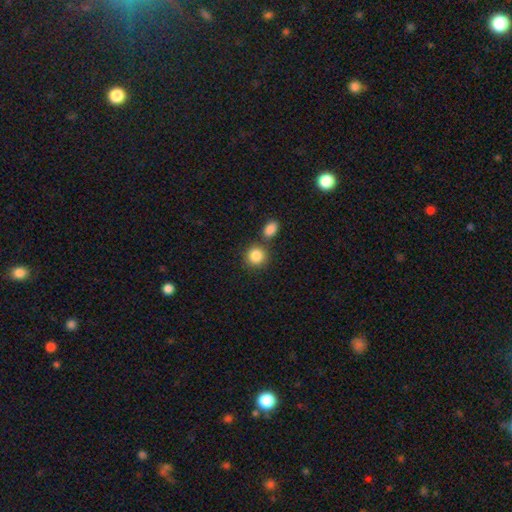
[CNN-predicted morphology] A smooth galaxy with no disk features (87%) that is round (85%).

Vote fractions:
- Smooth or featured? smooth: 87% / star or artifact: 8% / featured or disk: 5%
- How rounded? round: 85% / in between: 14% / cigar-shaped: 1%
- Merging? none: 70% / merger: 18% / minor disturbance: 9% / major disturbance: 3%